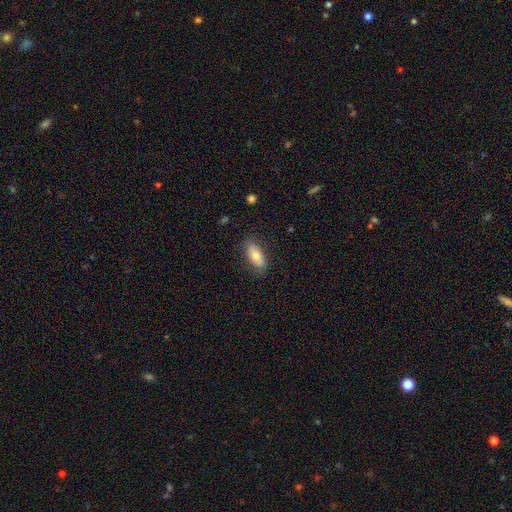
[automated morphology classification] Smooth or featured? Predicted: smooth (p=0.73). How rounded? Predicted: in between (p=0.80). Merging? Predicted: none (p=0.82).